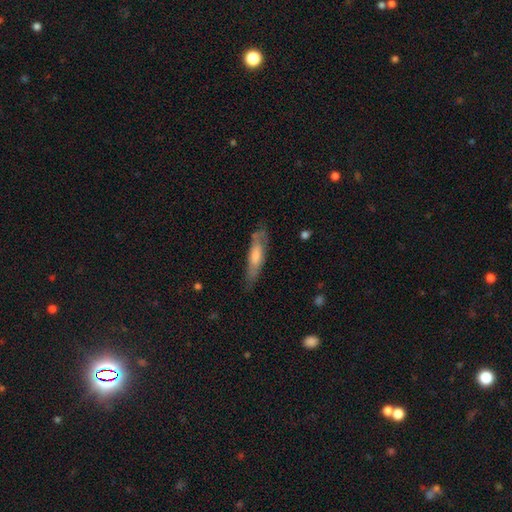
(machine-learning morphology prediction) The model was most divided on "smooth or featured": smooth: 49%, featured or disk: 44%, star or artifact: 7%. More confident: merging — none (71%).